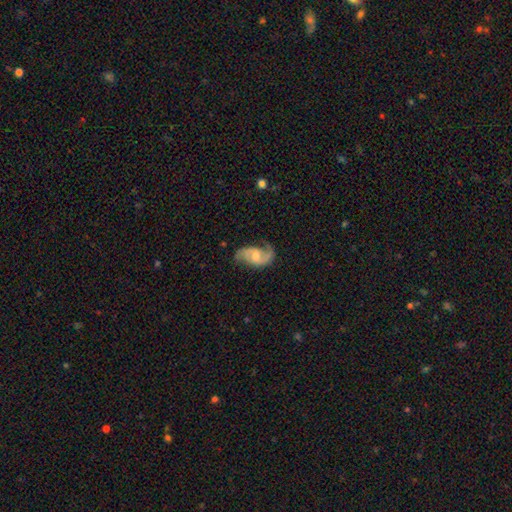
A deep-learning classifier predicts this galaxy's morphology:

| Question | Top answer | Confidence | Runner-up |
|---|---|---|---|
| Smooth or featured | featured or disk | 86% | smooth (9%) |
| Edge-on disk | no | 97% | yes (3%) |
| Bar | no | 47% | weak (45%) |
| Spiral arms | yes | 97% | no (3%) |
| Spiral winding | medium | 46% | loose (41%) |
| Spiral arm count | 2 | 89% | 1 (4%) |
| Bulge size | moderate | 47% | small (37%) |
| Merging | none | 67% | minor disturbance (20%) |